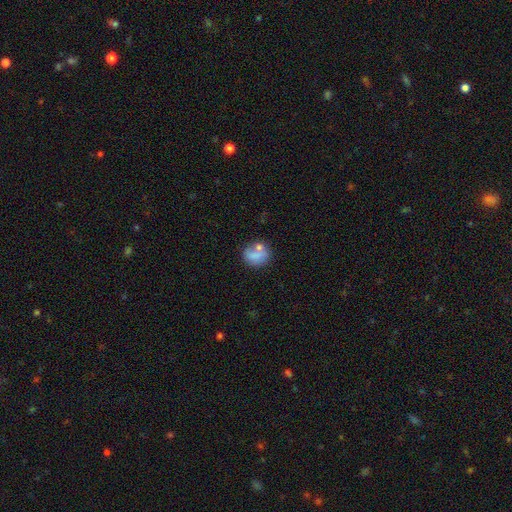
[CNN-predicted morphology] A smooth galaxy with no disk features (75%) that is round (65%). Merging: none (55%).